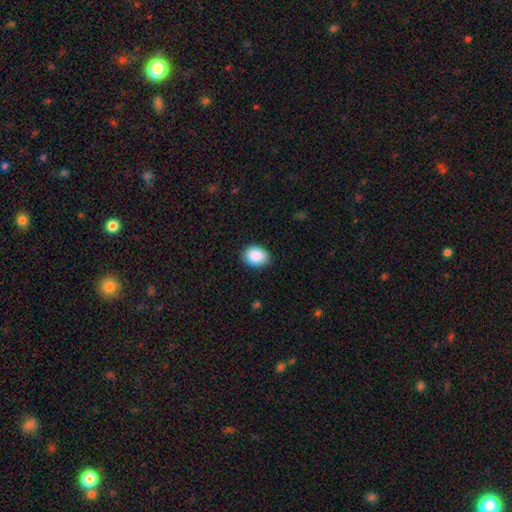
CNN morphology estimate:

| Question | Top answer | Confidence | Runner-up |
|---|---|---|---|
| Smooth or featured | smooth | 89% | star or artifact (7%) |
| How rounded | in between | 62% | round (37%) |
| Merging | none | 87% | minor disturbance (10%) |